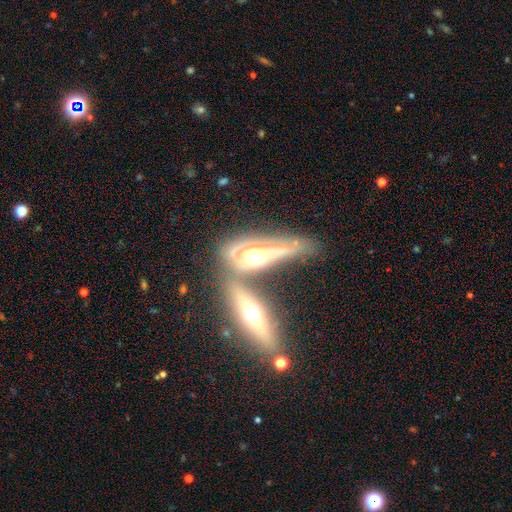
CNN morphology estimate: smooth_or_featured: featured or disk (p=0.74) [alt: smooth p=0.19]
disk_edge_on: yes (p=0.69) [alt: no p=0.31]
edge_on_bulge: rounded (p=0.91) [alt: boxy p=0.05]
merging: merger (p=0.42) [alt: none p=0.37]